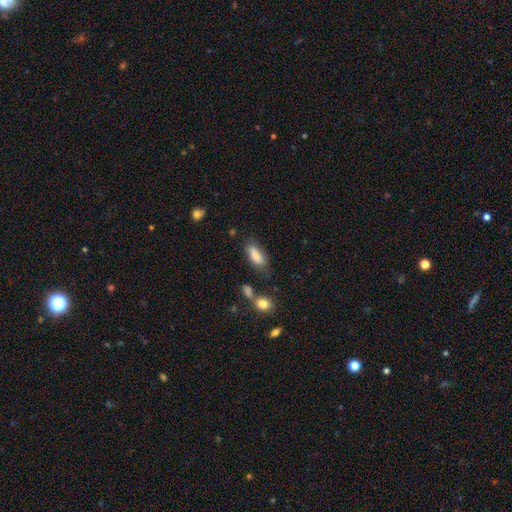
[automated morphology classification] smooth_or_featured: smooth (p=0.79) [alt: featured or disk p=0.13]
how_rounded: in between (p=0.76) [alt: cigar-shaped p=0.22]
merging: none (p=0.62) [alt: minor disturbance p=0.23]